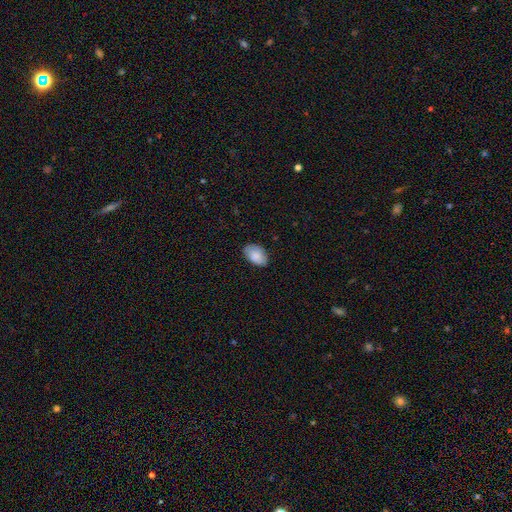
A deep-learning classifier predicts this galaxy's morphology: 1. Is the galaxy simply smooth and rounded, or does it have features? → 84% smooth, 9% featured or disk, 7% star or artifact.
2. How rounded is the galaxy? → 91% in between, 8% round, 1% cigar-shaped.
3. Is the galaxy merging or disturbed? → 78% none, 18% minor disturbance, 3% major disturbance, 1% merger.